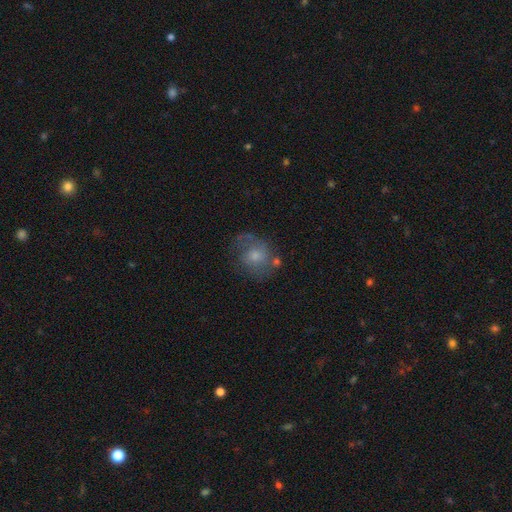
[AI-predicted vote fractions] Overall: smooth (48%; featured or disk 43%). Merging: none (51%; minor disturbance 24%).